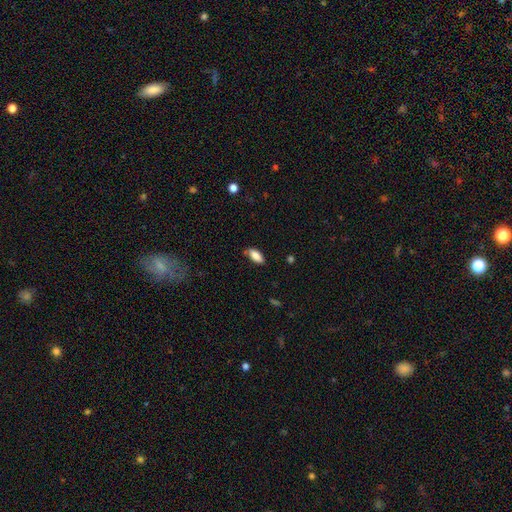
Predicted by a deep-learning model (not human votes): A smooth galaxy with no disk features (85%) that is in between round and cigar-shaped (85%).

Vote fractions:
- Smooth or featured? smooth: 85% / featured or disk: 8% / star or artifact: 7%
- How rounded? in between: 85% / cigar-shaped: 13% / round: 2%
- Merging? none: 76% / minor disturbance: 18% / major disturbance: 3% / merger: 3%